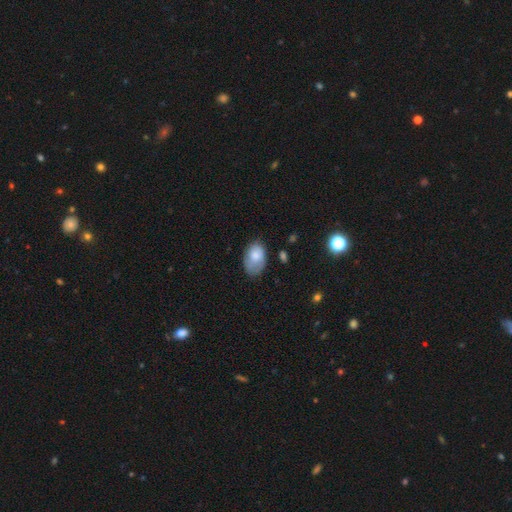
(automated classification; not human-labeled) This is likely a smooth galaxy (78%). How rounded: clearly in between (89%). Merging: possibly none (57%).